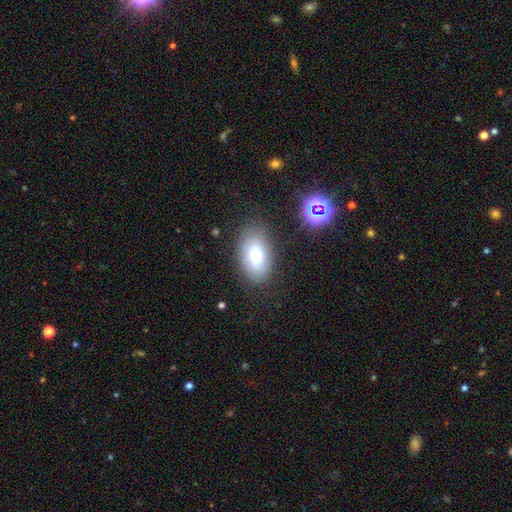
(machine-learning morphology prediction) A smooth galaxy with no disk features (68%) that is in between round and cigar-shaped (88%).

Vote fractions:
- Smooth or featured? smooth: 68% / featured or disk: 22% / star or artifact: 10%
- How rounded? in between: 88% / round: 11% / cigar-shaped: 1%
- Merging? none: 79% / minor disturbance: 14% / major disturbance: 5% / merger: 2%